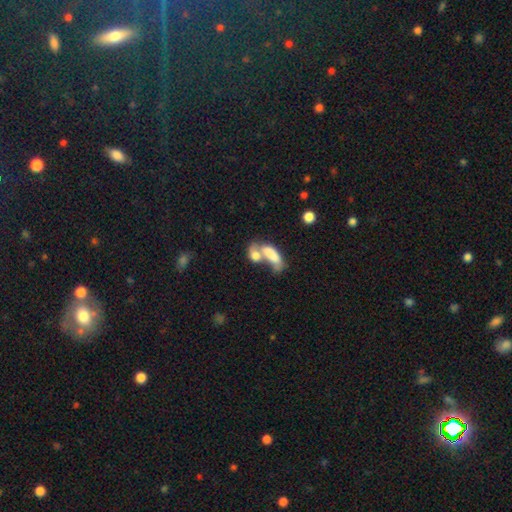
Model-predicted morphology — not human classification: Smooth or featured?
  - smooth: 71% *
  - featured or disk: 21%
  - star or artifact: 8%
How rounded?
  - in between: 79% *
  - cigar-shaped: 13%
  - round: 8%
Merging?
  - merger: 70% *
  - none: 15%
  - major disturbance: 9%
  - minor disturbance: 7%